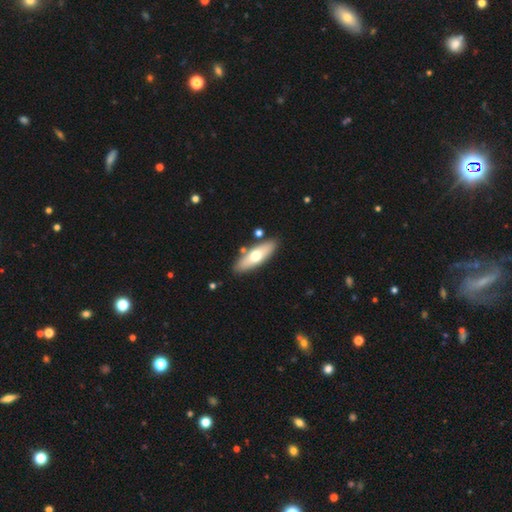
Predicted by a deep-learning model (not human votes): This is possibly a smooth galaxy (59%). How rounded: possibly in between (54%). Merging: clearly none (84%).